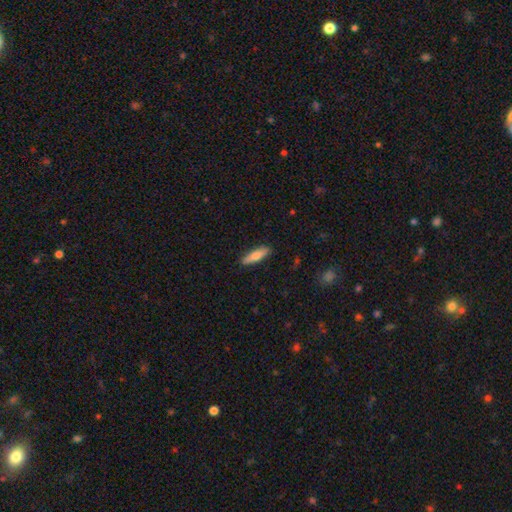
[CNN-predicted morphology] This appears to be a smooth galaxy with no disk features (66%) that is cigar-shaped (70%). Merging: none (89%).